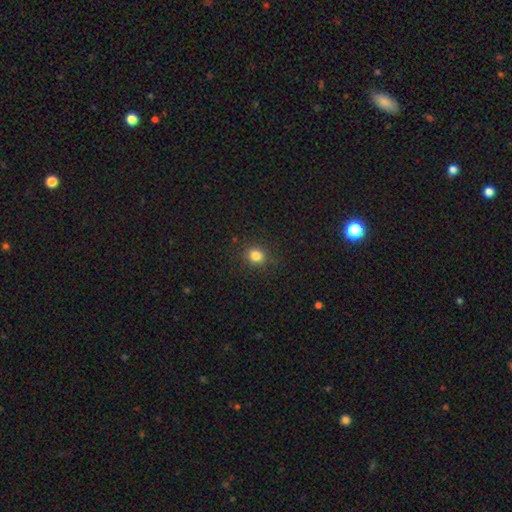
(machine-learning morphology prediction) The model was most divided on "how rounded": round: 83%, in between: 16%, cigar-shaped: 1%. More confident: merging — none (88%); smooth or featured — smooth (82%).